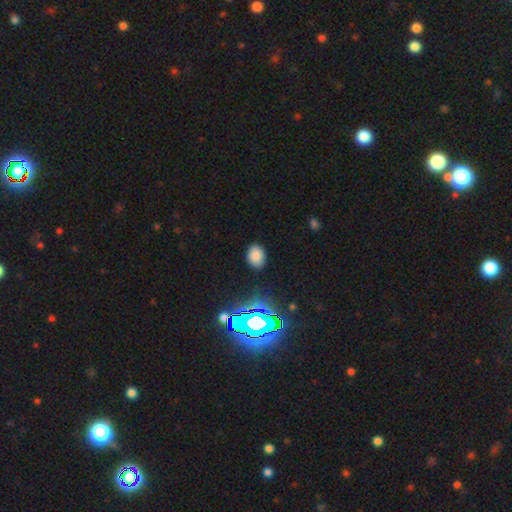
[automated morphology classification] Smooth or featured?
  - smooth: 75% *
  - star or artifact: 18%
  - featured or disk: 7%
How rounded?
  - in between: 64% *
  - round: 35%
  - cigar-shaped: 1%
Merging?
  - none: 86% *
  - minor disturbance: 10%
  - major disturbance: 3%
  - merger: 1%